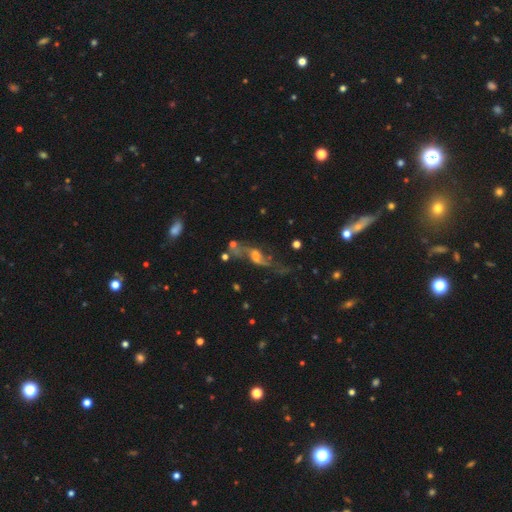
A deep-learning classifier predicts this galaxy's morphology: Smooth or featured?
  - featured or disk: 72% *
  - smooth: 16%
  - star or artifact: 12%
Edge-on disk?
  - no: 85% *
  - yes: 15%
Bar?
  - weak: 45% *
  - no: 39%
  - strong: 16%
Spiral arms?
  - yes: 83% *
  - no: 17%
Spiral winding?
  - loose: 83% *
  - medium: 13%
  - tight: 4%
Spiral arm count?
  - 2: 86% *
  - can't tell: 6%
  - 1: 5%
  - 3: 1%
  - 4: 1%
  - more than 4: 1%
Bulge size?
  - moderate: 38% *
  - small: 33%
  - none: 17%
  - large: 10%
  - dominant: 2%
Merging?
  - none: 43% *
  - major disturbance: 26%
  - minor disturbance: 18%
  - merger: 13%